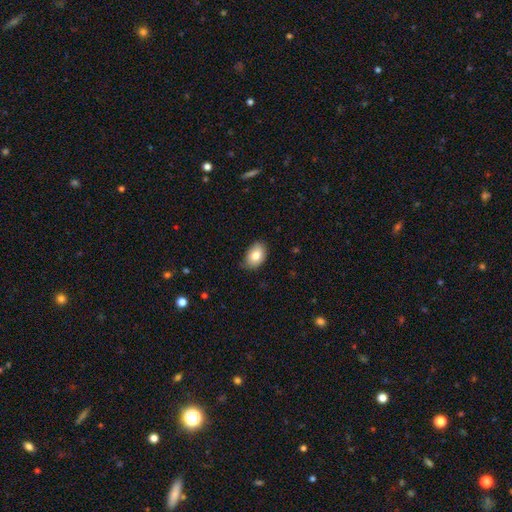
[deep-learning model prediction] Smooth or featured? Predicted: smooth (p=0.81). How rounded? Predicted: in between (p=0.84). Merging? Predicted: none (p=0.75).